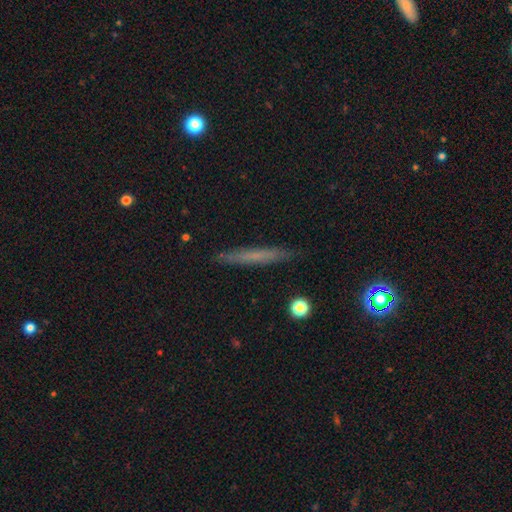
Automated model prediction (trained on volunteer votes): This appears to be a smooth galaxy with no disk features (54%) that is cigar-shaped (95%). Merging: none (89%).